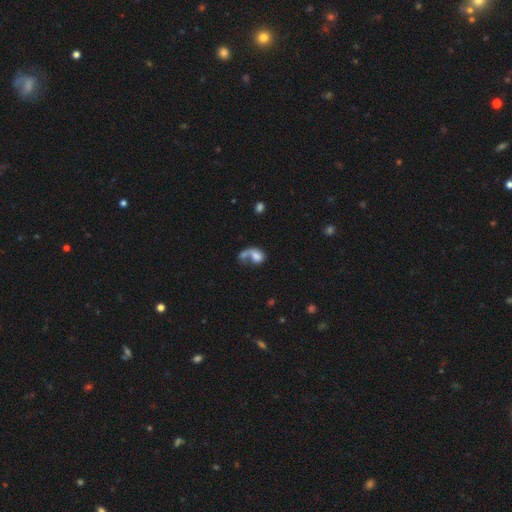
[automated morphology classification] A smooth galaxy with no disk features (59%) that is in between round and cigar-shaped (62%).

Vote fractions:
- Smooth or featured? smooth: 59% / featured or disk: 31% / star or artifact: 10%
- How rounded? in between: 62% / round: 36% / cigar-shaped: 2%
- Merging? merger: 51% / major disturbance: 21% / none: 20% / minor disturbance: 9%